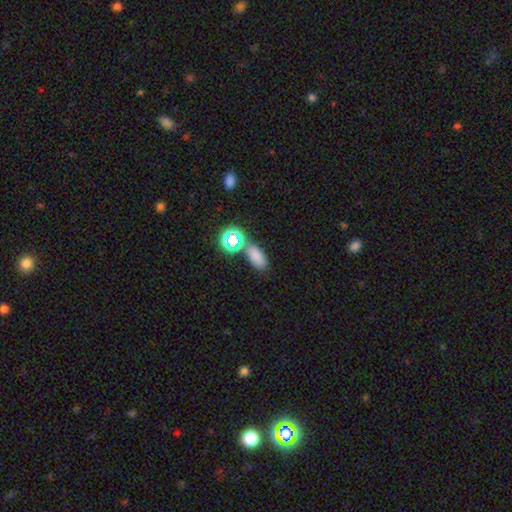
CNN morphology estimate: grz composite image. It shows a smooth galaxy with no disk features (71%) that is in between round and cigar-shaped (85%). Merging: none (68%).